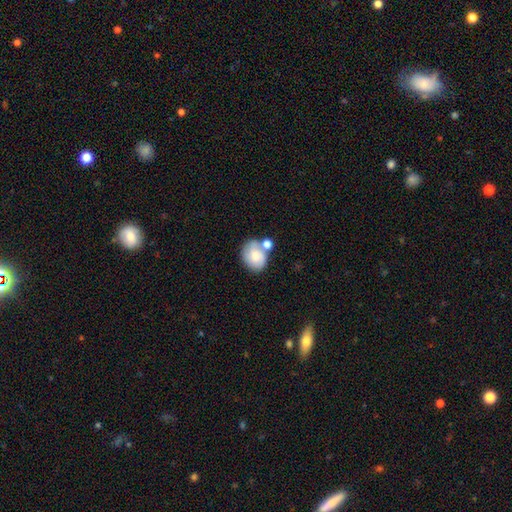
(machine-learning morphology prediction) This is possibly a smooth galaxy (57%). How rounded: possibly in between (50%). Merging: marginally none (40%).